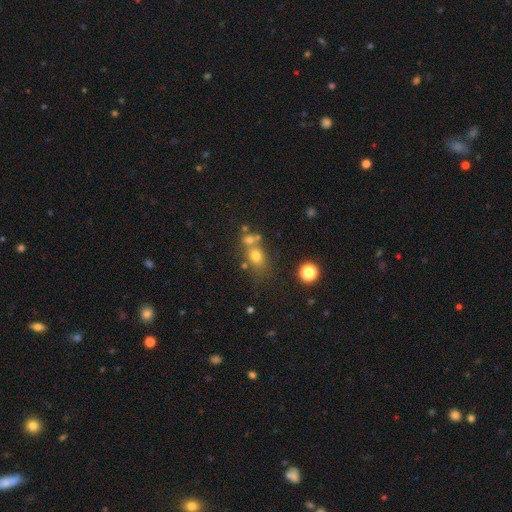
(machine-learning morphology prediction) Q: Smooth or featured?
A: smooth (66%); runner-up: star or artifact (19%)
Q: How rounded?
A: round (60%); runner-up: in between (38%)
Q: Merging?
A: none (44%); runner-up: merger (39%)